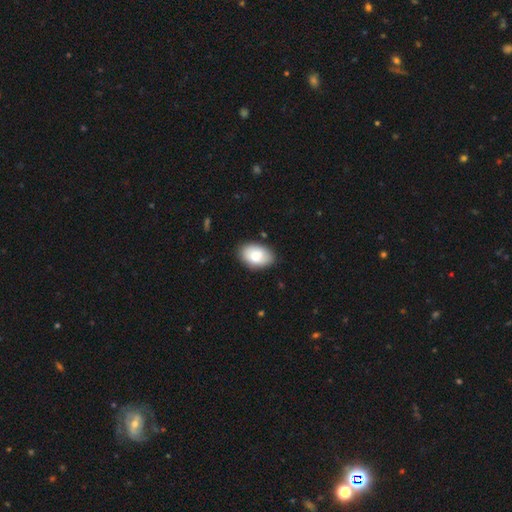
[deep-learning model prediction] This is clearly a smooth galaxy (83%). How rounded: clearly in between (91%). Merging: clearly none (85%).